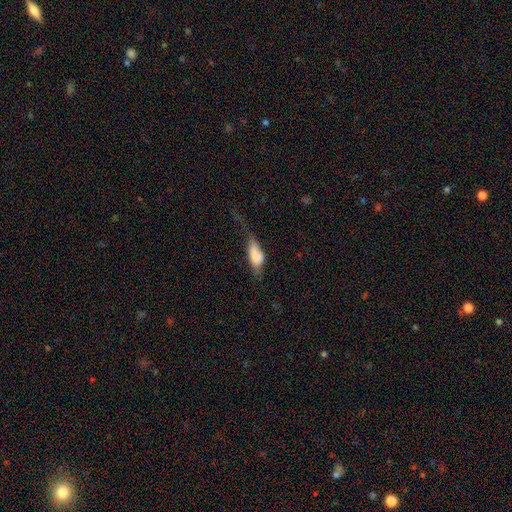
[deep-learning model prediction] A smooth galaxy with no disk features (73%) that is in between round and cigar-shaped (83%).

Vote fractions:
- Smooth or featured? smooth: 73% / featured or disk: 20% / star or artifact: 8%
- How rounded? in between: 83% / cigar-shaped: 13% / round: 4%
- Merging? major disturbance: 49% / minor disturbance: 25% / none: 19% / merger: 7%